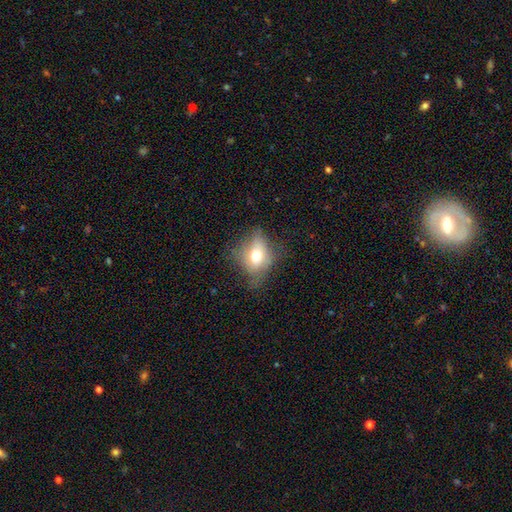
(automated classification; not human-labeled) smooth_or_featured: smooth (p=0.59) [alt: featured or disk p=0.29]
how_rounded: in between (p=0.62) [alt: round p=0.35]
merging: none (p=0.51) [alt: minor disturbance p=0.29]